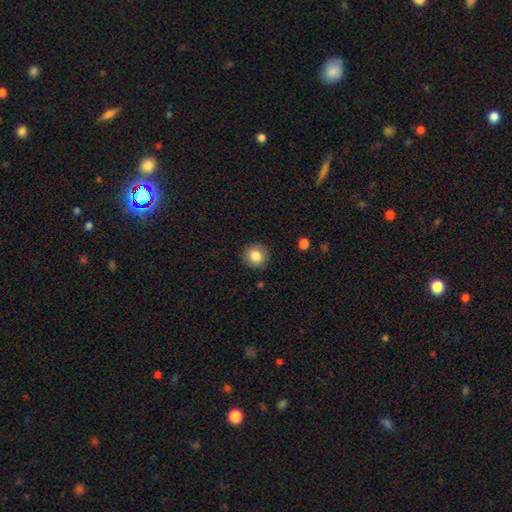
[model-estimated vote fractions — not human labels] Smooth or featured? smooth (84%)
How rounded? round (91%)
Merging? none (89%)